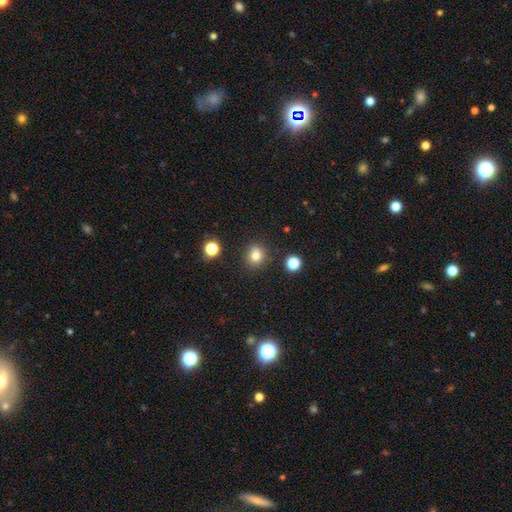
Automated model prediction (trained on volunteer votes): Smooth or featured? Predicted: smooth (p=0.78). How rounded? Predicted: round (p=0.84). Merging? Predicted: none (p=0.86).